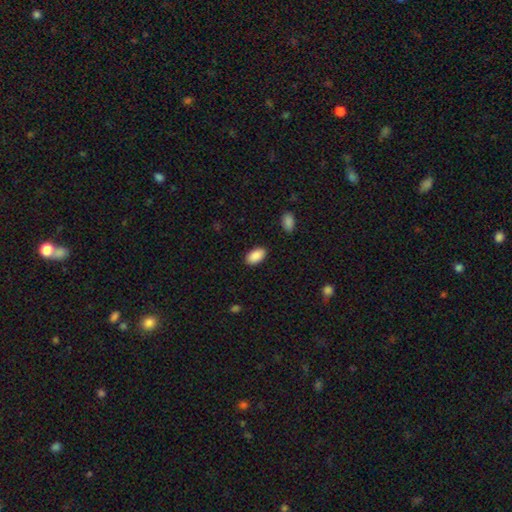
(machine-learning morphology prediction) type=smooth (90%); roundness=in between (94%); merging=none (88%).